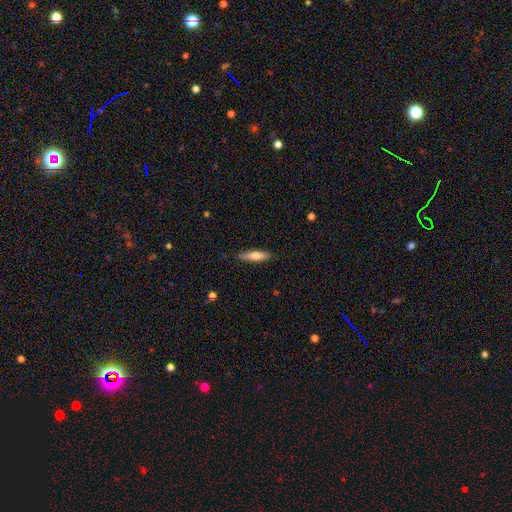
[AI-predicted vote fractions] Morphology: type=smooth (68%); roundness=cigar-shaped (77%); merging=none (87%).